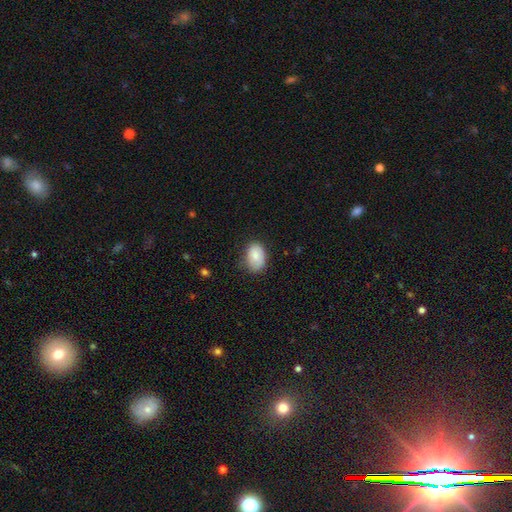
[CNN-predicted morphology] A smooth galaxy with no disk features (83%) that is in between round and cigar-shaped (84%).

Vote fractions:
- Smooth or featured? smooth: 83% / featured or disk: 10% / star or artifact: 7%
- How rounded? in between: 84% / round: 15% / cigar-shaped: 1%
- Merging? none: 69% / minor disturbance: 25% / major disturbance: 5% / merger: 1%